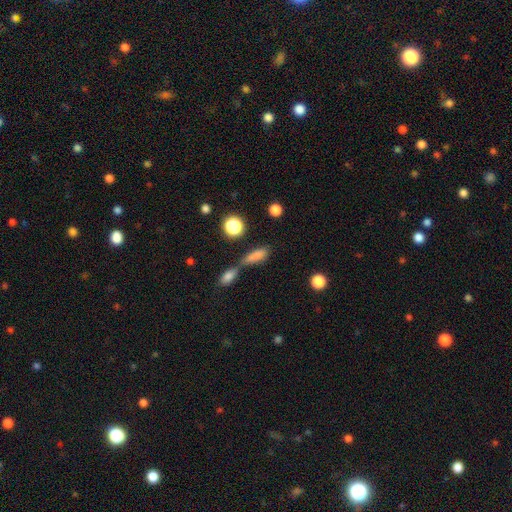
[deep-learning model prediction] The model was most divided on "merging" (2-way tie): none: 41%, merger: 41%, minor disturbance: 12%, major disturbance: 6%. More confident: smooth or featured — smooth (79%); how rounded — in between (56%).